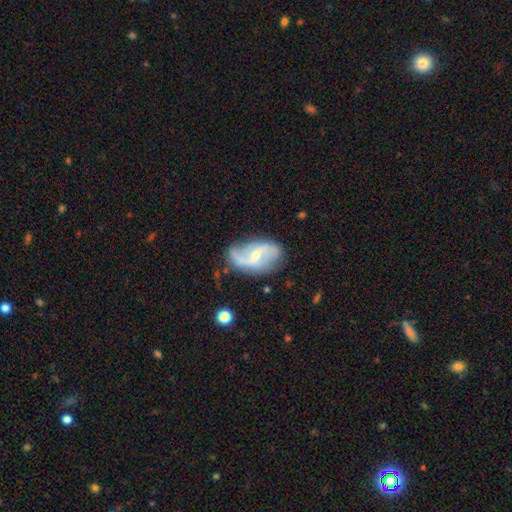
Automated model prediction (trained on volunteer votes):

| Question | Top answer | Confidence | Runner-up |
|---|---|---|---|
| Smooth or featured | featured or disk | 81% | smooth (13%) |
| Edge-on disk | no | 97% | yes (3%) |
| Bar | weak | 49% | no (30%) |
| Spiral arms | yes | 92% | no (8%) |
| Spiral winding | loose | 72% | medium (22%) |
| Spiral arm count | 2 | 85% | 1 (6%) |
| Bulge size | small | 60% | moderate (36%) |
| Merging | none | 61% | minor disturbance (24%) |